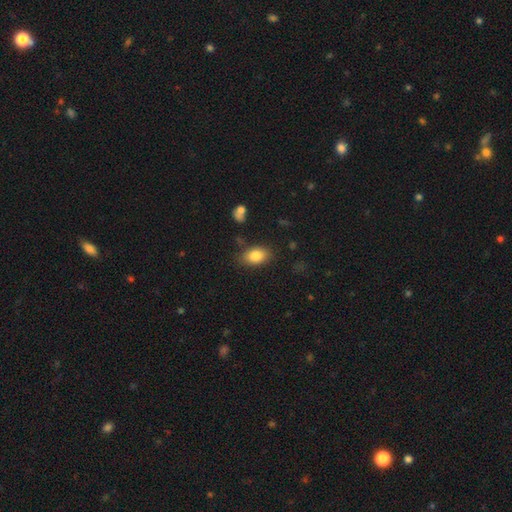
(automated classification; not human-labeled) The model was most divided on "merging": none: 81%, minor disturbance: 13%, major disturbance: 4%, merger: 3%. More confident: how rounded — in between (87%); smooth or featured — smooth (84%).